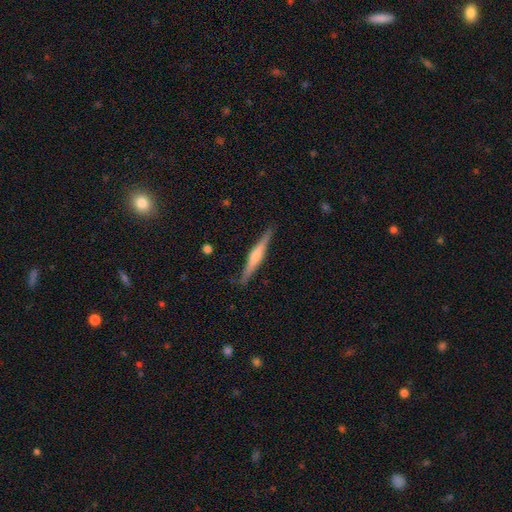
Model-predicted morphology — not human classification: featured or disk 71%, smooth 24%, star or artifact 6%. Down the decision tree: edge-on disk — yes (98%); edge-on bulge — rounded (70%); merging — none (89%).